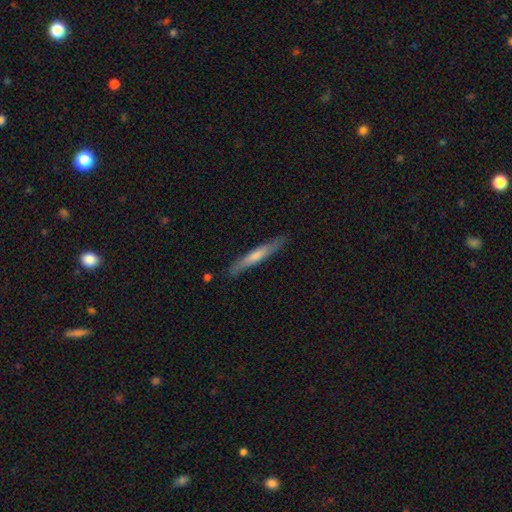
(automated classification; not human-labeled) Q: Smooth or featured?
A: featured or disk (59%); runner-up: smooth (33%)
Q: Edge-on disk?
A: yes (95%); runner-up: no (5%)
Q: Edge-on bulge?
A: rounded (68%); runner-up: none (25%)
Q: Merging?
A: none (88%); runner-up: minor disturbance (9%)